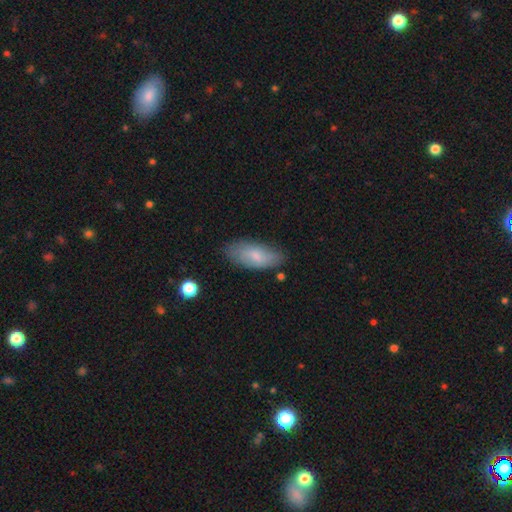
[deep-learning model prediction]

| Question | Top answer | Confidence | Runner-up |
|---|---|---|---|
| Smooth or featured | smooth | 74% | featured or disk (20%) |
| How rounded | in between | 86% | cigar-shaped (12%) |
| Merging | none | 74% | minor disturbance (20%) |